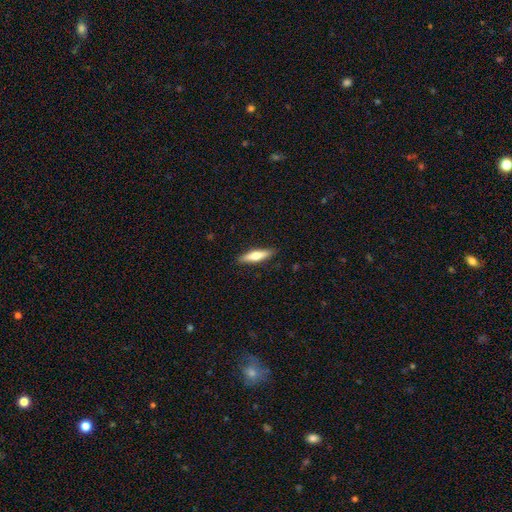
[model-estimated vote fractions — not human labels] smooth-or-featured: smooth: 58% | featured or disk: 36% | star or artifact: 6%
  how-rounded: cigar-shaped: 72% | in between: 26% | round: 2%
  merging: none: 89% | minor disturbance: 8% | major disturbance: 2% | merger: 1%